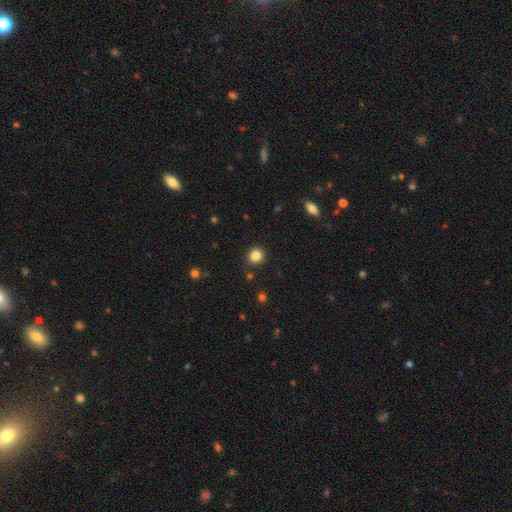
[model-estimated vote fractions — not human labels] Overall: smooth (83%). How rounded: round (92%). Merging: none (89%).